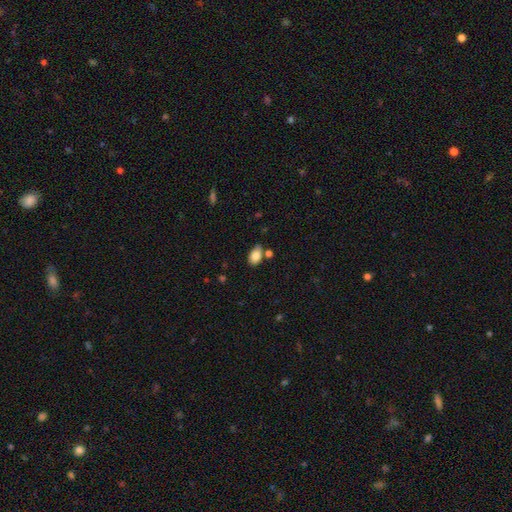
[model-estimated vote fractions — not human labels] smooth_or_featured: smooth (p=0.86) [alt: star or artifact p=0.08]
how_rounded: in between (p=0.90) [alt: round p=0.09]
merging: none (p=0.67) [alt: minor disturbance p=0.17]